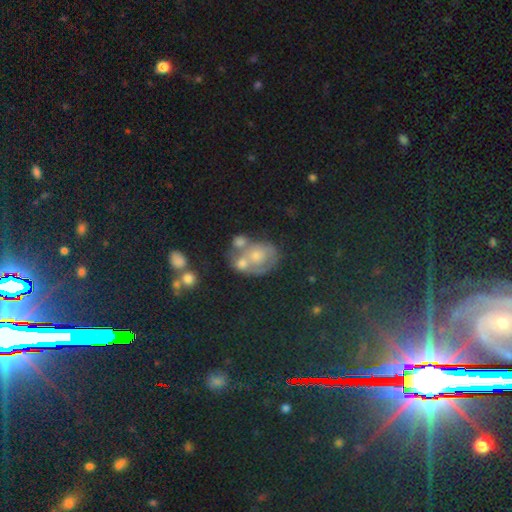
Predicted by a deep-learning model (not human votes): This appears to be a smooth galaxy with no disk features (37%). Merging: none (34%).